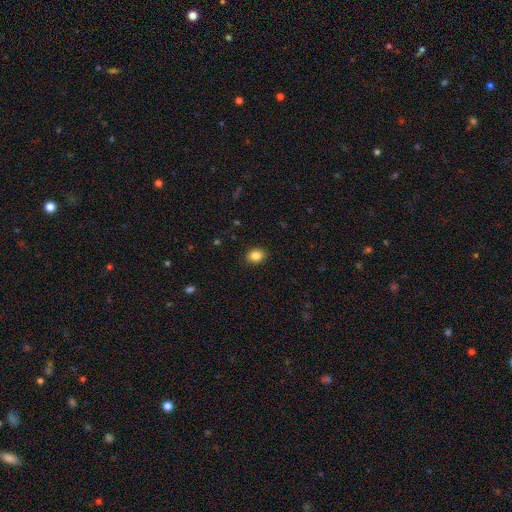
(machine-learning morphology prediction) Q: Smooth or featured?
A: smooth (85%); runner-up: star or artifact (10%)
Q: How rounded?
A: in between (51%); runner-up: round (48%)
Q: Merging?
A: none (88%); runner-up: minor disturbance (8%)